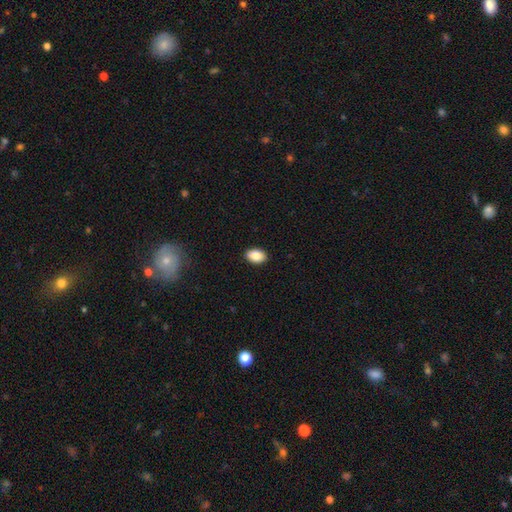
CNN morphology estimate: Q: Smooth or featured?
A: smooth (86%); runner-up: star or artifact (8%)
Q: How rounded?
A: in between (85%); runner-up: round (14%)
Q: Merging?
A: none (90%); runner-up: minor disturbance (7%)